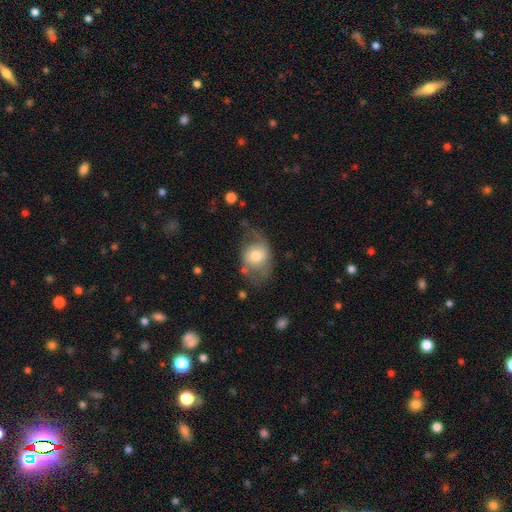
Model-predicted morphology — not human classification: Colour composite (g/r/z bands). It shows a smooth galaxy with no disk features (54%) that is in between round and cigar-shaped (64%). Merging: none (48%).